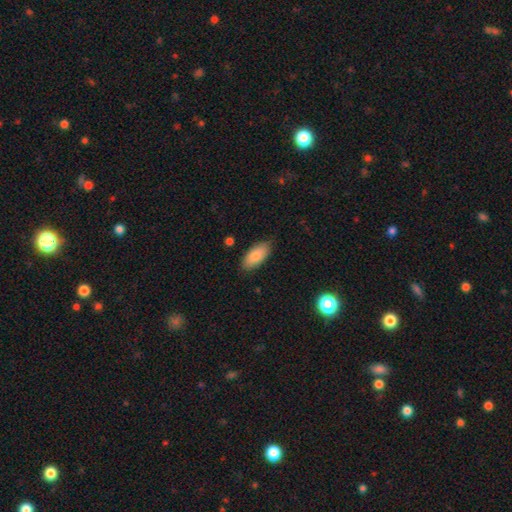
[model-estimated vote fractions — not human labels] This appears to be a smooth galaxy with no disk features (88%) that is in between round and cigar-shaped (90%). Merging: none (85%).